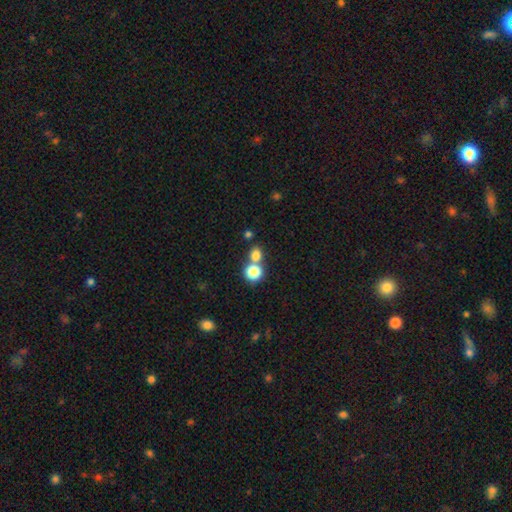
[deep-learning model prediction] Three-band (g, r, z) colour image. It shows a smooth galaxy with no disk features (77%) that is round (79%). Merging: none (50%).